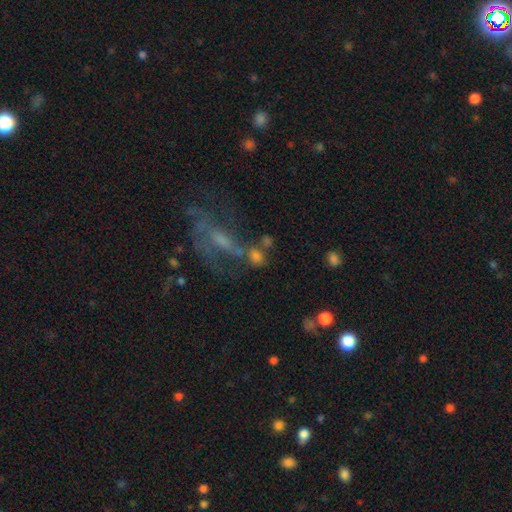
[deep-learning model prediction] This appears to be a smooth galaxy with no disk features (57%) that is round (47%). Merging: none (49%).